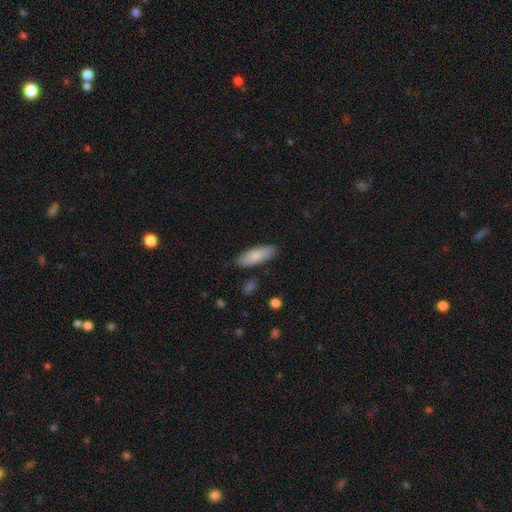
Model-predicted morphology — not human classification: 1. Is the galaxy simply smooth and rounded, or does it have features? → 82% smooth, 12% featured or disk, 6% star or artifact.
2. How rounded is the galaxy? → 64% in between, 34% cigar-shaped, 2% round.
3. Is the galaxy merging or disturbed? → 86% none, 10% minor disturbance, 2% major disturbance, 2% merger.